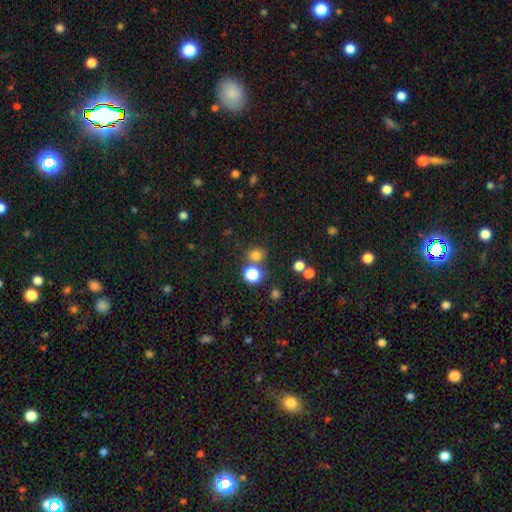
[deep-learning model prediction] This is likely a smooth galaxy (75%). How rounded: clearly round (85%). Merging: likely none (70%).